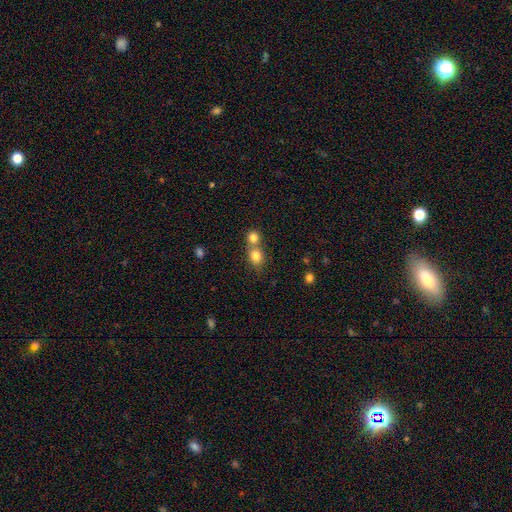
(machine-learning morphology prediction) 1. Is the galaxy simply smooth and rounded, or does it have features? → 80% smooth, 11% star or artifact, 9% featured or disk.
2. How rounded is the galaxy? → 66% round, 33% in between, 1% cigar-shaped.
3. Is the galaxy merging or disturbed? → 53% merger, 39% none, 6% minor disturbance, 2% major disturbance.